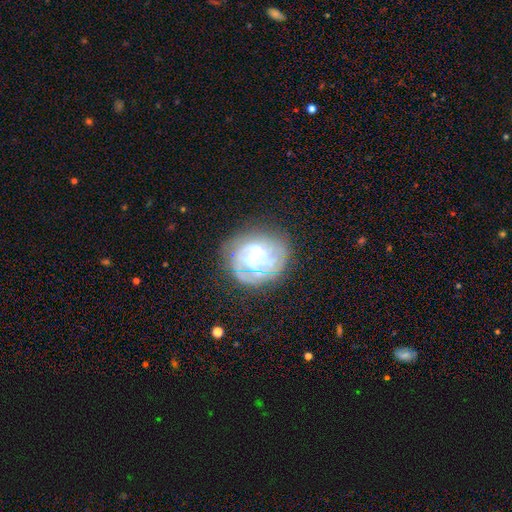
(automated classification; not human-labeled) smooth-or-featured: featured or disk: 64% | smooth: 24% | star or artifact: 12%
  disk-edge-on: no: 97% | yes: 3%
    bar: no: 48% | weak: 32% | strong: 20%
    has-spiral-arms: no: 56% | yes: 44%
    bulge-size: moderate: 35% | small: 27% | none: 24% | large: 10% | dominant: 3%
  merging: none: 54% | minor disturbance: 19% | major disturbance: 18% | merger: 9%